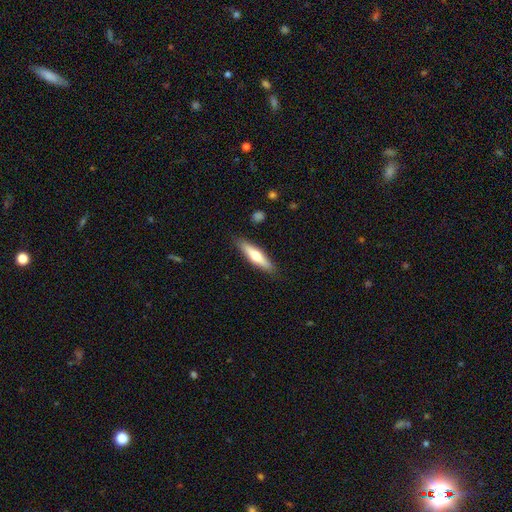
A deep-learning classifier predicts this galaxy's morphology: This is possibly a smooth galaxy (50%). Merging: clearly none (87%).